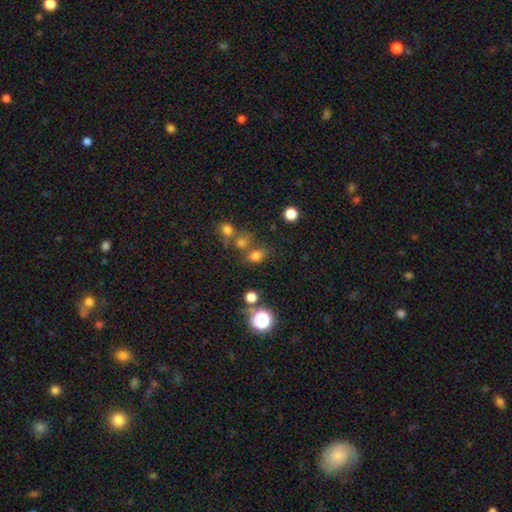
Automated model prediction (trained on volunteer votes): A smooth galaxy with no disk features (71%) that is round (52%). Merging: none (58%).